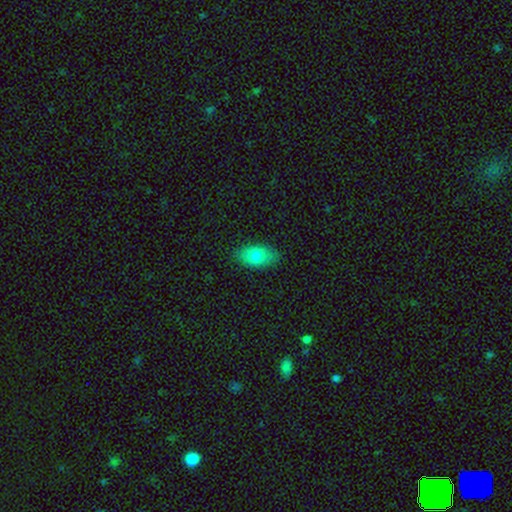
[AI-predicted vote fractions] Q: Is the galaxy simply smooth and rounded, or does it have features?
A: smooth — 79%.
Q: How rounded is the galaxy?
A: in between — 91%.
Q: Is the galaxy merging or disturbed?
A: none — 85%.